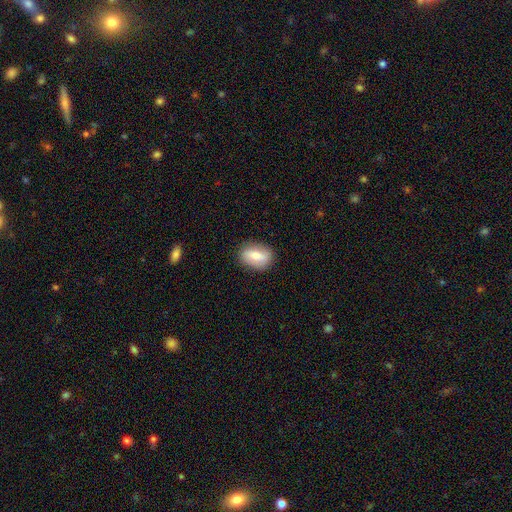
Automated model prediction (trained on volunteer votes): Smooth or featured: smooth — 68% (featured or disk — 25%)
How rounded: in between — 81% (round — 15%)
Merging: none — 85% (minor disturbance — 11%)